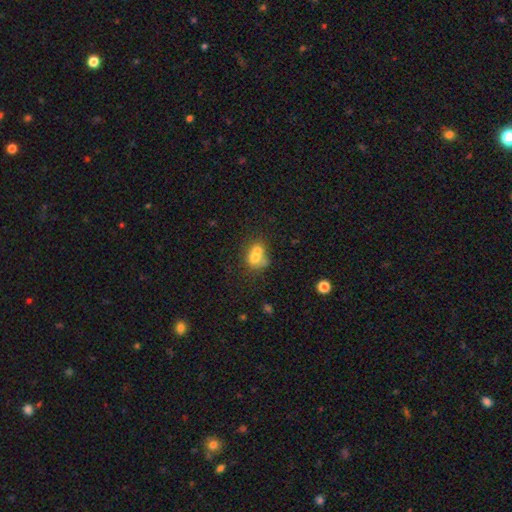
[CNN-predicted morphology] type=smooth (66%); roundness=round (51%); merging=merger (61%).